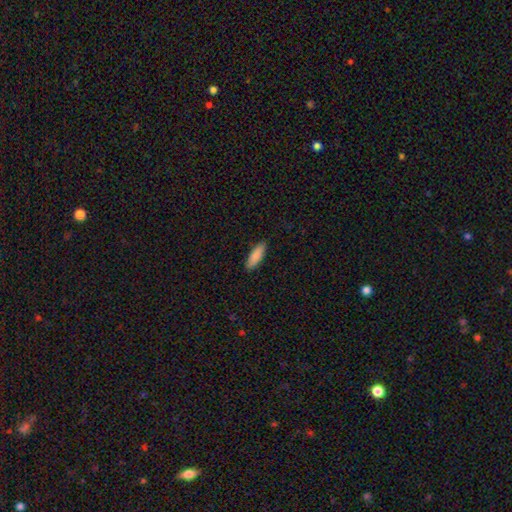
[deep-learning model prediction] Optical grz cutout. It shows a smooth galaxy with no disk features (88%) that is in between round and cigar-shaped (53%). Merging: none (88%).